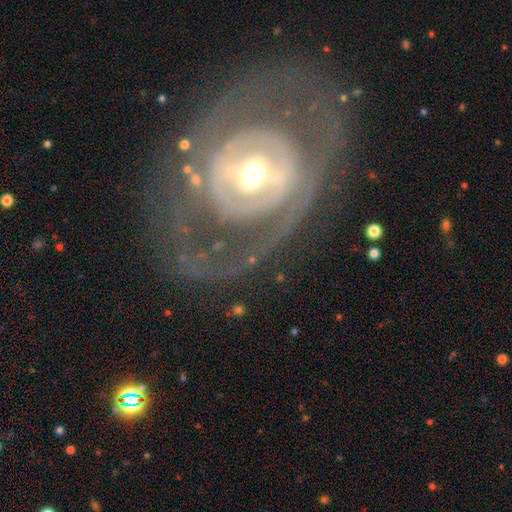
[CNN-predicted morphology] Smooth or featured: featured or disk — 81% (smooth — 13%)
Edge-on disk: no — 94% (yes — 6%)
Bar: weak — 36% (no — 33%)
Spiral arms: yes — 59% (no — 41%)
Bulge size: moderate — 61% (small — 21%)
Merging: none — 70% (major disturbance — 14%)